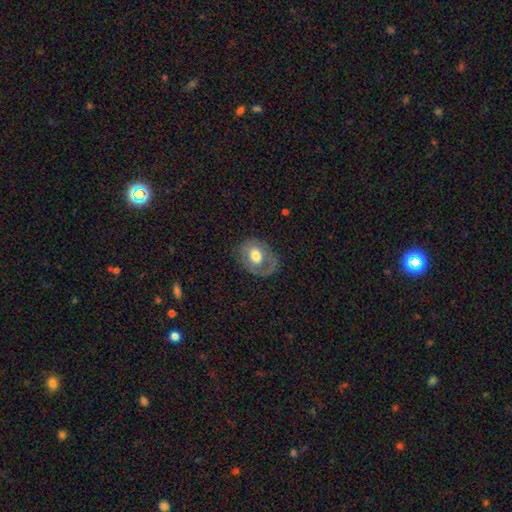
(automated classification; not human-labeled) A smooth galaxy with no disk features (49%).

Vote fractions:
- Smooth or featured? smooth: 49% / featured or disk: 44% / star or artifact: 7%
- Merging? none: 63% / minor disturbance: 22% / major disturbance: 13% / merger: 1%